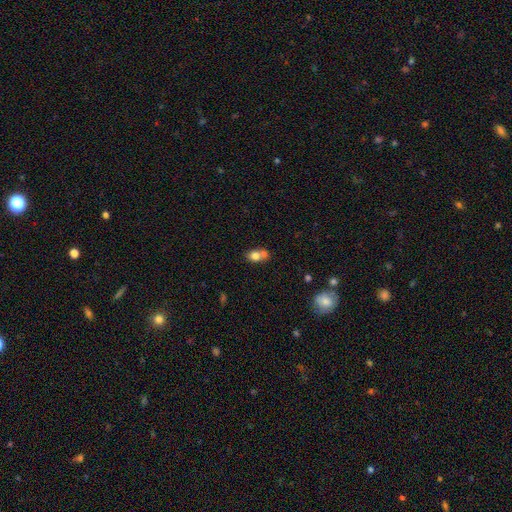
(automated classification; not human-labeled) Smooth or featured?
  - smooth: 75% *
  - featured or disk: 15%
  - star or artifact: 10%
How rounded?
  - in between: 51% *
  - round: 47%
  - cigar-shaped: 2%
Merging?
  - merger: 56% *
  - none: 32%
  - minor disturbance: 9%
  - major disturbance: 4%